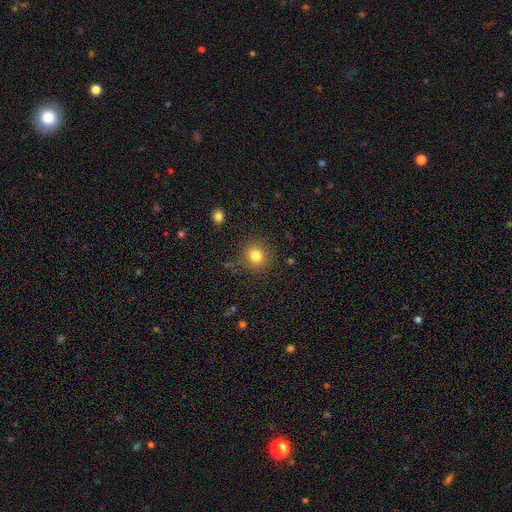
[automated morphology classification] type=smooth (82%); roundness=round (88%); merging=none (85%).